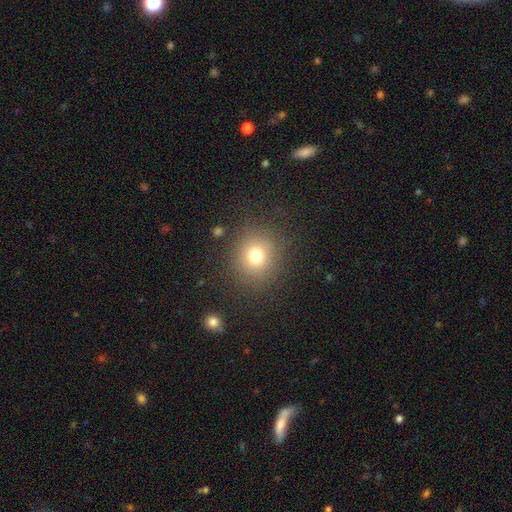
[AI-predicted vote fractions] This is likely a smooth galaxy (74%). How rounded: clearly round (86%). Merging: clearly none (86%).